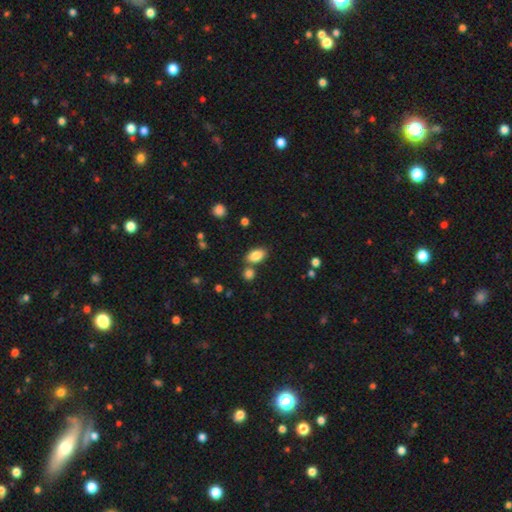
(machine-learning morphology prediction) A smooth galaxy with no disk features (85%) that is in between round and cigar-shaped (91%). Merging: none (66%).